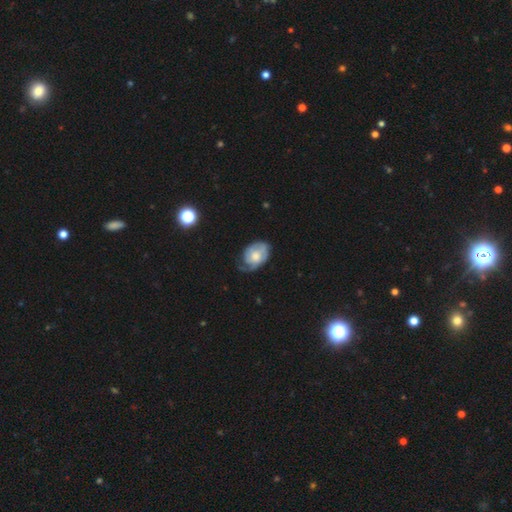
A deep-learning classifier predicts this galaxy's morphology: This appears to be a featured or disk galaxy (62%) with no bar (78%), spiral arms (83%) and a moderate central bulge (56%). Merging: none (48%).